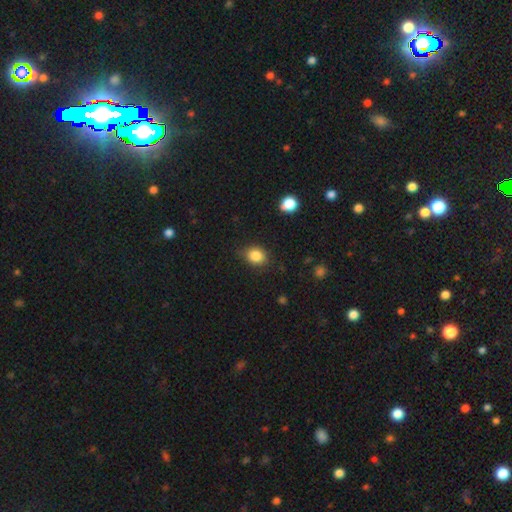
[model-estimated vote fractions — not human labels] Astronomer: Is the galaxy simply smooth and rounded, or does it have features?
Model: smooth — 85%.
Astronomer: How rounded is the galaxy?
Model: round — 55% (runner-up: in between, 44%).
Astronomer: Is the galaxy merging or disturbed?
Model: none — 79%.